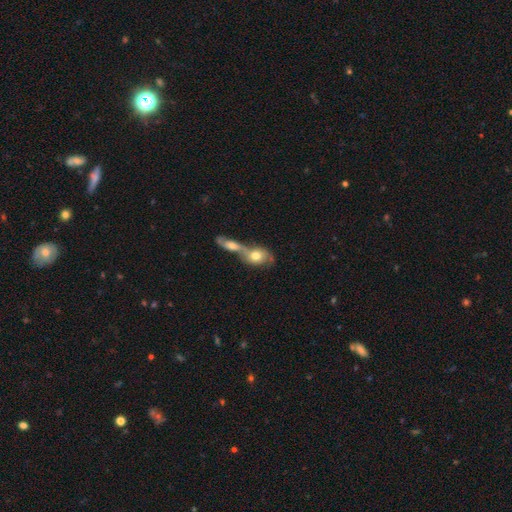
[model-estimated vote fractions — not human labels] Smooth or featured?
  - smooth: 63% *
  - featured or disk: 30%
  - star or artifact: 7%
How rounded?
  - in between: 61% *
  - round: 33%
  - cigar-shaped: 6%
Merging?
  - merger: 73% *
  - none: 16%
  - minor disturbance: 6%
  - major disturbance: 5%